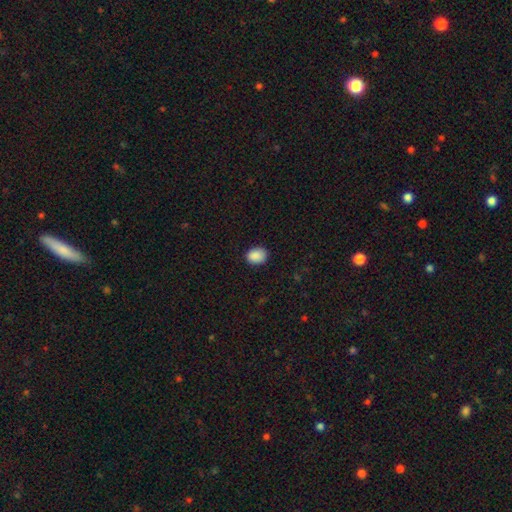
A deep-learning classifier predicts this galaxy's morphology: A smooth galaxy with no disk features (89%) that is in between round and cigar-shaped (55%). Merging: none (86%).